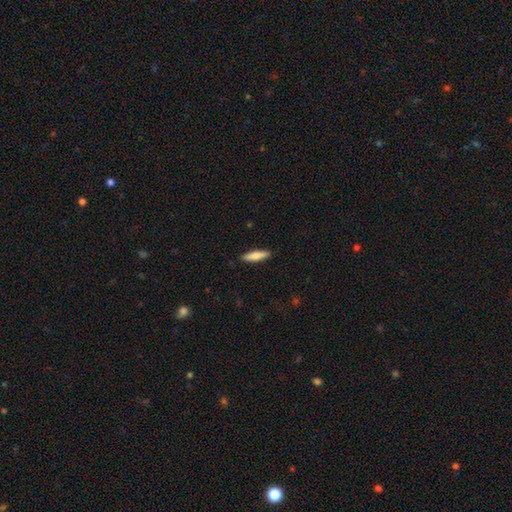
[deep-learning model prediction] This is likely a smooth galaxy (77%). How rounded: likely cigar-shaped (77%). Merging: clearly none (90%).